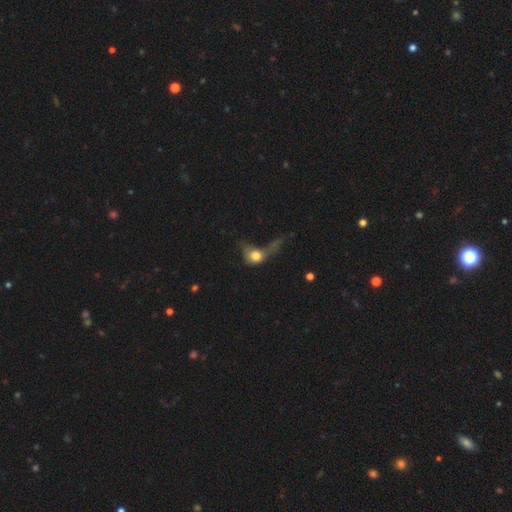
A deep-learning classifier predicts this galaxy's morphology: Q: Smooth or featured?
A: smooth (69%); runner-up: featured or disk (20%)
Q: How rounded?
A: round (52%); runner-up: in between (44%)
Q: Merging?
A: major disturbance (55%); runner-up: none (17%)